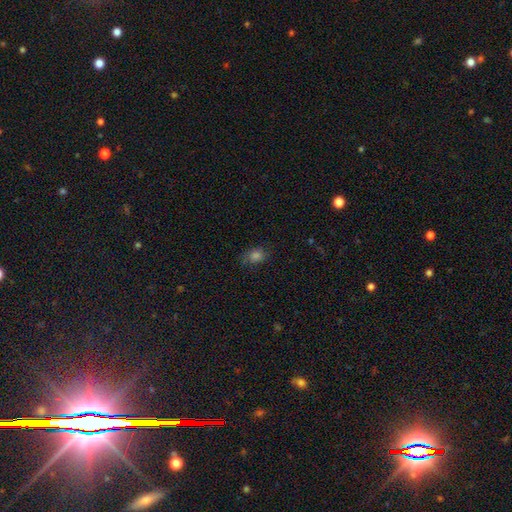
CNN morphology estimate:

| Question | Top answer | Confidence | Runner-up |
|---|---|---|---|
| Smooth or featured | smooth | 68% | star or artifact (20%) |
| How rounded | in between | 56% | round (43%) |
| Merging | none | 70% | minor disturbance (21%) |